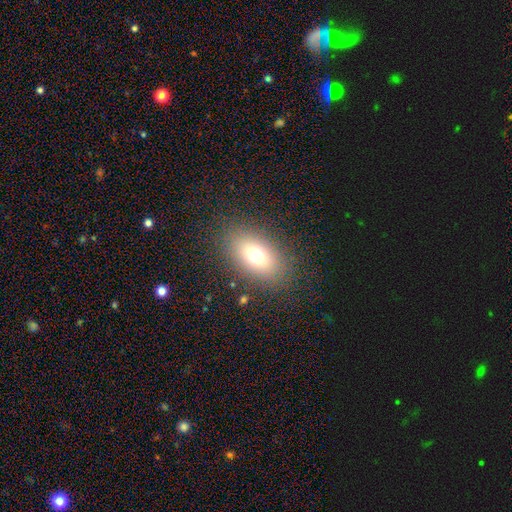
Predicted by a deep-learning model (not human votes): This is likely a smooth galaxy (71%). How rounded: clearly in between (83%). Merging: clearly none (84%).